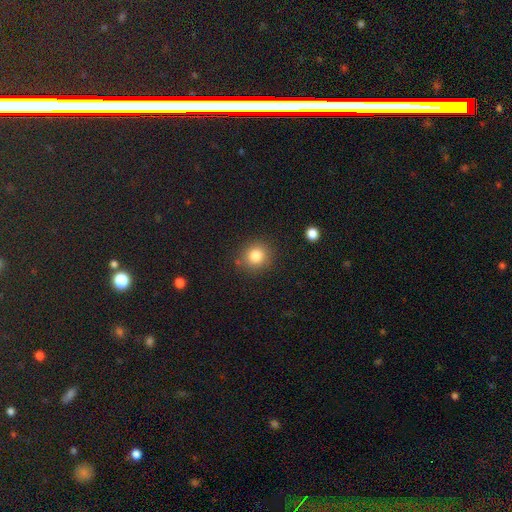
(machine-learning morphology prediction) The model was most divided on "smooth or featured": smooth: 82%, star or artifact: 11%, featured or disk: 6%. More confident: how rounded — round (86%); merging — none (84%).